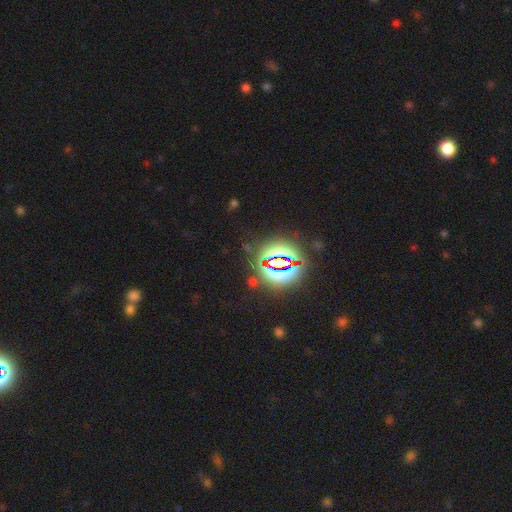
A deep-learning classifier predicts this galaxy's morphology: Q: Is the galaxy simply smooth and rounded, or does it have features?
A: star or artifact — 84%.